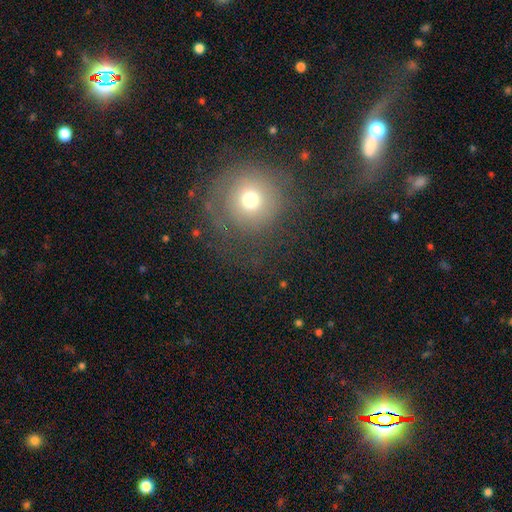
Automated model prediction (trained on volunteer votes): Smooth or featured: smooth — 39% (featured or disk — 36%)
Merging: none — 69% (minor disturbance — 14%)